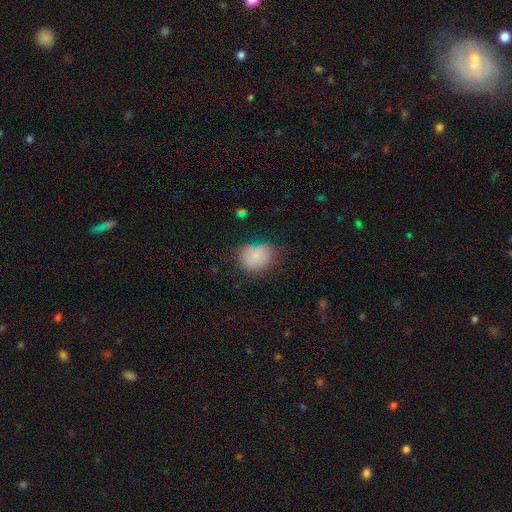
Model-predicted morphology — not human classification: Q: Smooth or featured?
A: smooth (81%); runner-up: star or artifact (11%)
Q: How rounded?
A: round (57%); runner-up: in between (42%)
Q: Merging?
A: none (64%); runner-up: minor disturbance (24%)